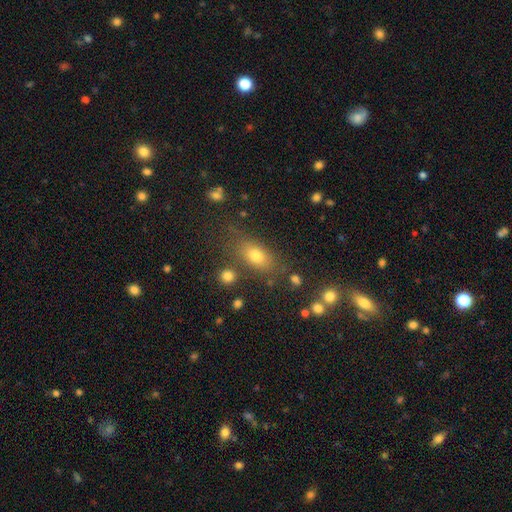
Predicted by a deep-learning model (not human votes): Morphology: type=smooth (74%); roundness=in between (77%); merging=none (72%).